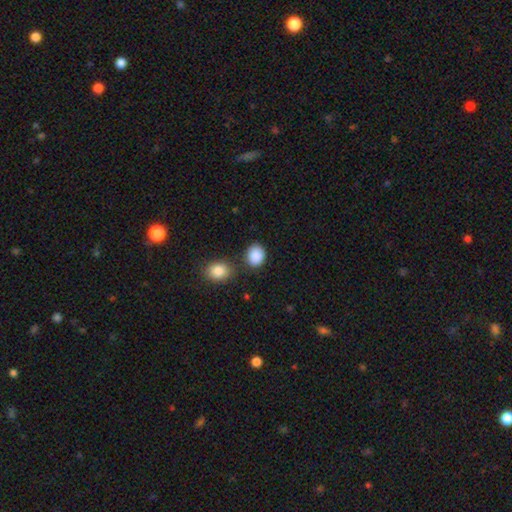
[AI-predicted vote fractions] This appears to be a smooth galaxy with no disk features (89%) that is in between round and cigar-shaped (53%). Merging: none (74%).